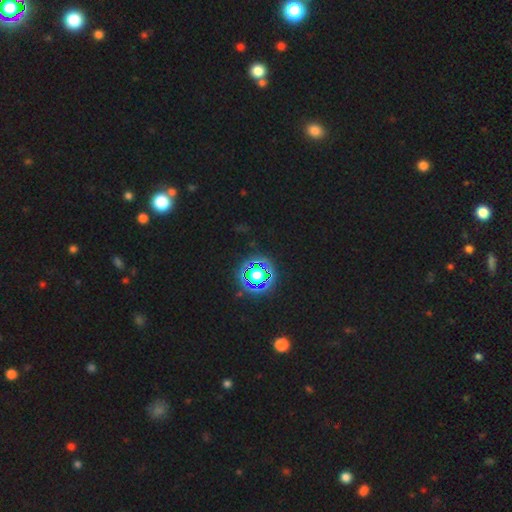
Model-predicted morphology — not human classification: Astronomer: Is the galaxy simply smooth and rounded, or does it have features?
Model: star or artifact — 78%.